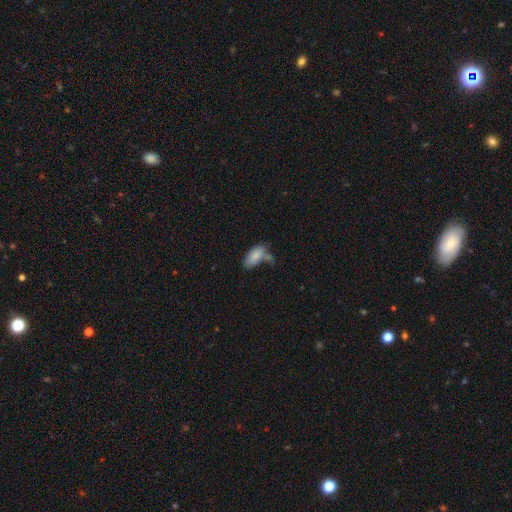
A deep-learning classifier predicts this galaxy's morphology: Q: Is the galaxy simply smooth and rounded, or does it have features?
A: smooth — 82%.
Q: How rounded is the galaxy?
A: in between — 87%.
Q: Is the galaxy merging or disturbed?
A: none — 43%.